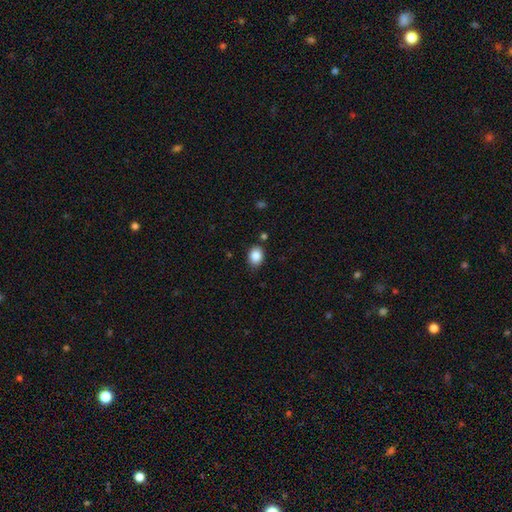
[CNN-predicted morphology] type=smooth (87%); roundness=in between (59%); merging=none (83%).